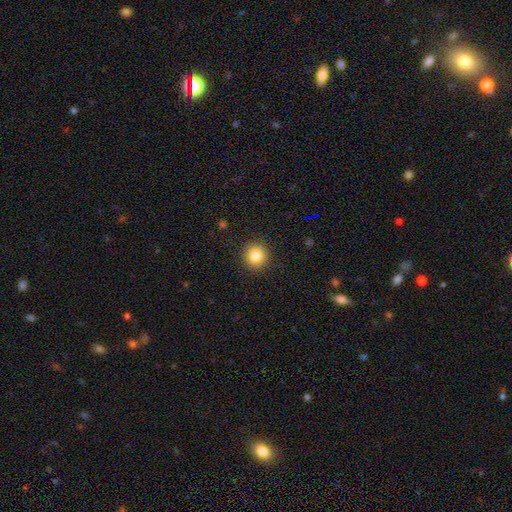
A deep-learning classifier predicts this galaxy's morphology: The model was most divided on "smooth or featured": smooth: 83%, star or artifact: 11%, featured or disk: 6%. More confident: how rounded — round (94%); merging — none (91%).